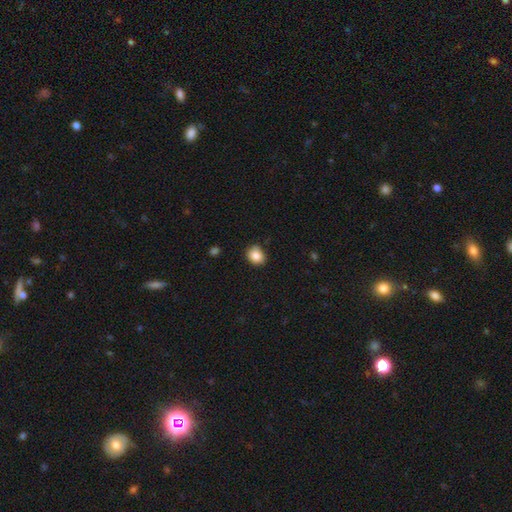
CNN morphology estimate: Smooth or featured? smooth (85%)
How rounded? round (57%)
Merging? none (78%)